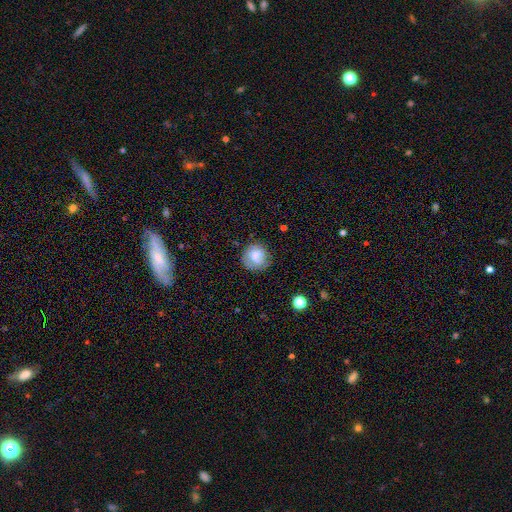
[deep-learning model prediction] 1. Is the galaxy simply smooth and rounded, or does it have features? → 60% smooth, 31% featured or disk, 9% star or artifact.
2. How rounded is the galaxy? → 82% round, 17% in between, 1% cigar-shaped.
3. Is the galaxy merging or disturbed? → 67% none, 22% minor disturbance, 9% major disturbance, 2% merger.